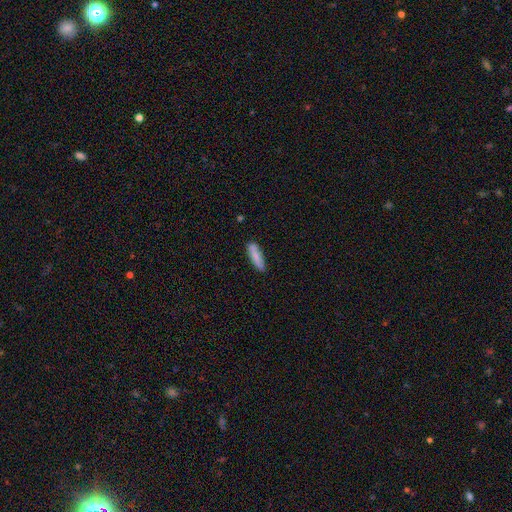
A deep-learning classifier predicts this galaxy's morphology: A smooth galaxy with no disk features (82%) that is cigar-shaped (66%).

Vote fractions:
- Smooth or featured? smooth: 82% / featured or disk: 12% / star or artifact: 6%
- How rounded? cigar-shaped: 66% / in between: 32% / round: 2%
- Merging? none: 81% / minor disturbance: 14% / merger: 3% / major disturbance: 2%